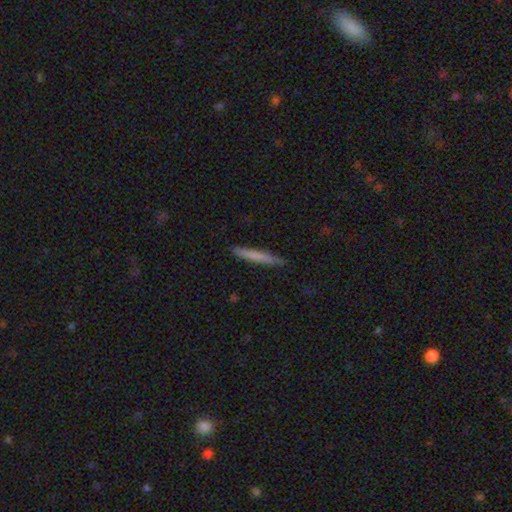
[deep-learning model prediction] This appears to be a smooth galaxy with no disk features (70%) that is cigar-shaped (96%). Merging: none (89%).